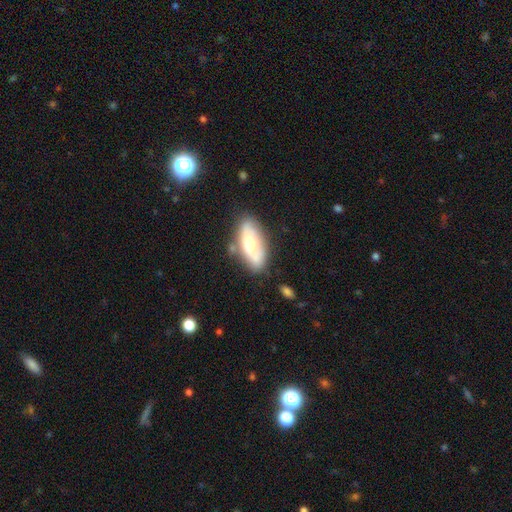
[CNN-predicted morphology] A smooth galaxy with no disk features (54%) that is in between round and cigar-shaped (84%). Merging: none (62%).